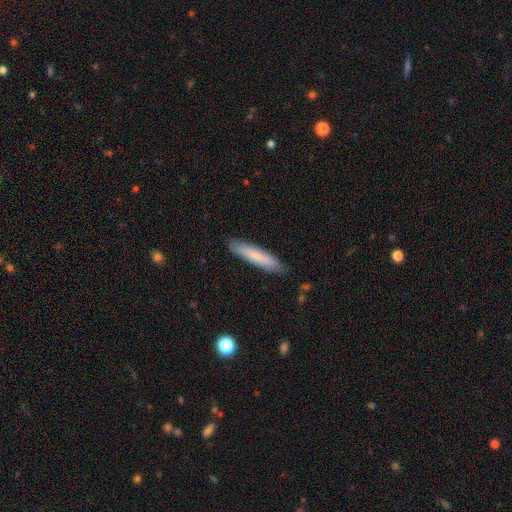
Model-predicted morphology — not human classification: A smooth galaxy with no disk features (75%) that is cigar-shaped (90%).

Vote fractions:
- Smooth or featured? smooth: 75% / featured or disk: 19% / star or artifact: 6%
- How rounded? cigar-shaped: 90% / in between: 9% / round: 1%
- Merging? none: 88% / minor disturbance: 9% / major disturbance: 2% / merger: 1%